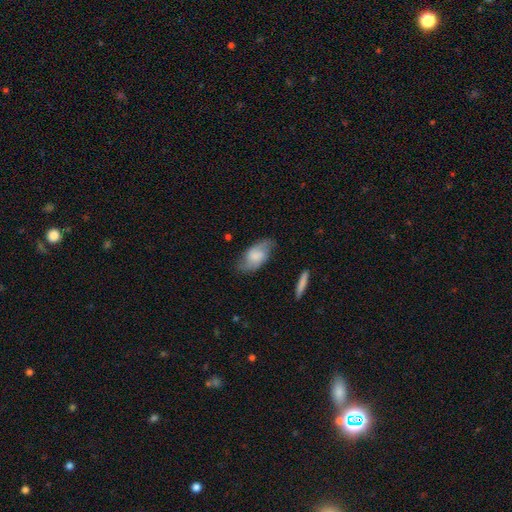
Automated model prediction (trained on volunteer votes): Smooth or featured? smooth (53%)
How rounded? in between (91%)
Merging? none (72%)